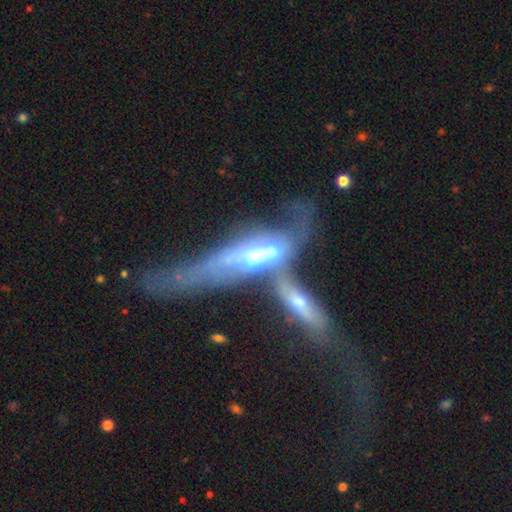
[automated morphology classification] A featured or disk galaxy (71%) viewed edge-on (54%). Merging: merger (72%).